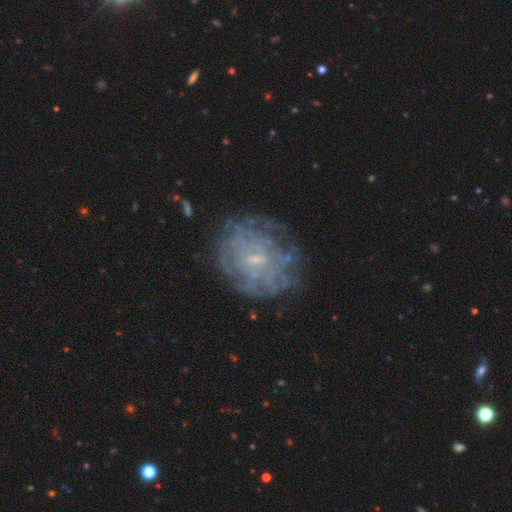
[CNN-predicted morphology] Smooth or featured? Predicted: featured or disk (p=0.64). Edge-on disk? Predicted: no (p=0.97). Bar? Predicted: no (p=0.68). Spiral arms? Predicted: yes (p=0.71). Bulge size? Predicted: small (p=0.78). Merging? Predicted: none (p=0.79).